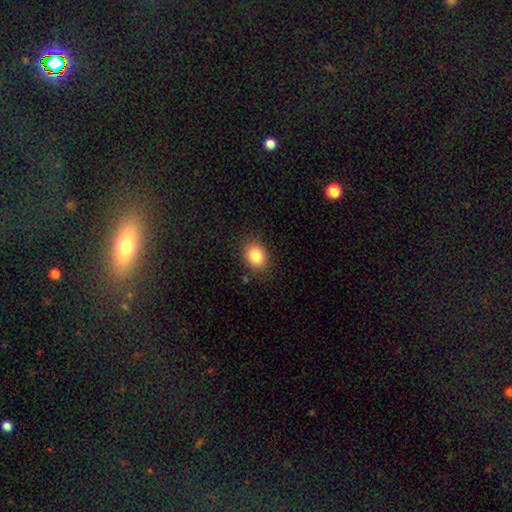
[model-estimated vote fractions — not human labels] A smooth galaxy with no disk features (84%) that is in between round and cigar-shaped (57%). Merging: none (85%).